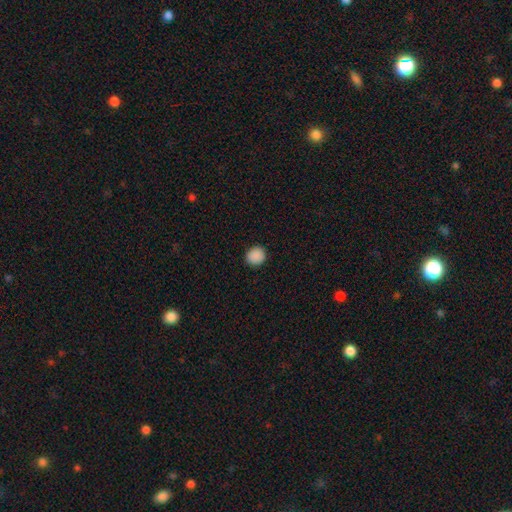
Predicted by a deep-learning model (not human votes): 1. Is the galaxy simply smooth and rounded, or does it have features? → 89% smooth, 9% star or artifact, 2% featured or disk.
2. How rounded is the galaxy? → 83% round, 16% in between, 1% cigar-shaped.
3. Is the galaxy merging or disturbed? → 90% none, 7% minor disturbance, 2% major disturbance, 1% merger.